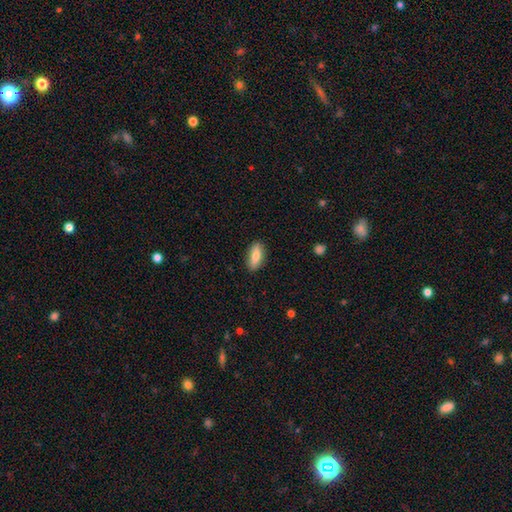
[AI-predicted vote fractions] smooth 75%, featured or disk 19%, star or artifact 6%. Down the decision tree: how rounded — in between (78%); merging — none (87%).